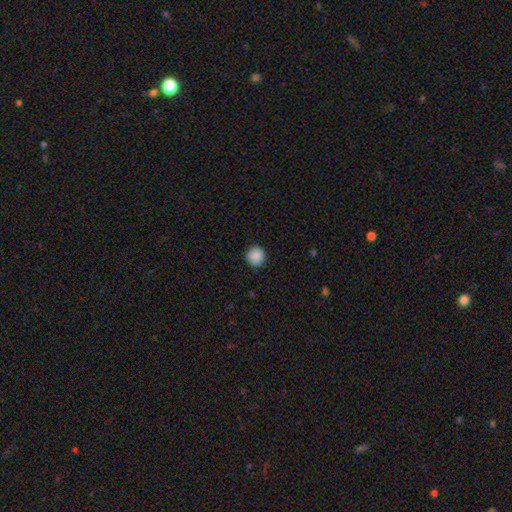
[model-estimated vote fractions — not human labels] smooth-or-featured: smooth: 88% | star or artifact: 9% | featured or disk: 3%
  how-rounded: round: 93% | in between: 6% | cigar-shaped: 1%
  merging: none: 89% | minor disturbance: 8% | major disturbance: 2% | merger: 1%